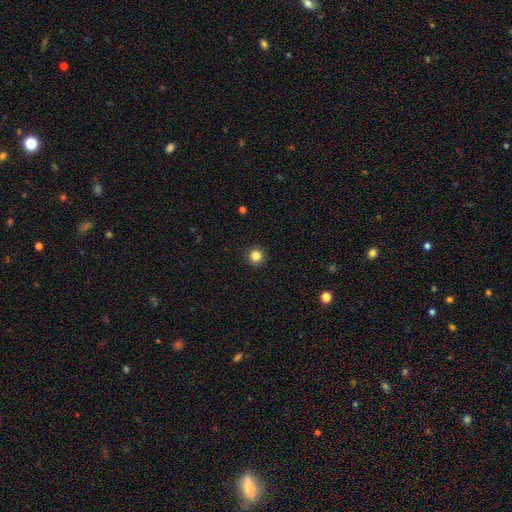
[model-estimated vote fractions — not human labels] Overall: smooth (85%). How rounded: round (95%). Merging: none (93%).